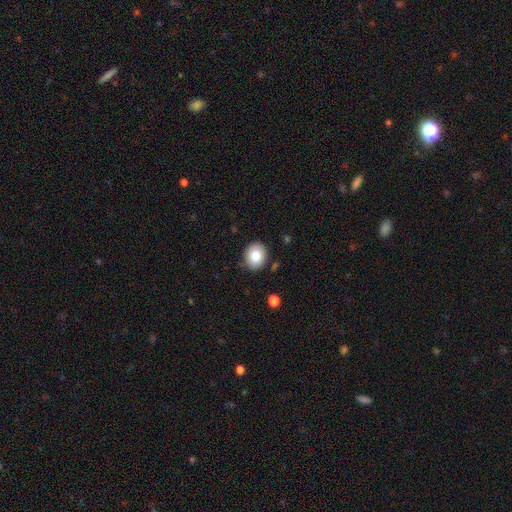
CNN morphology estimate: This is clearly a smooth galaxy (82%). How rounded: likely round (64%). Merging: clearly none (86%).